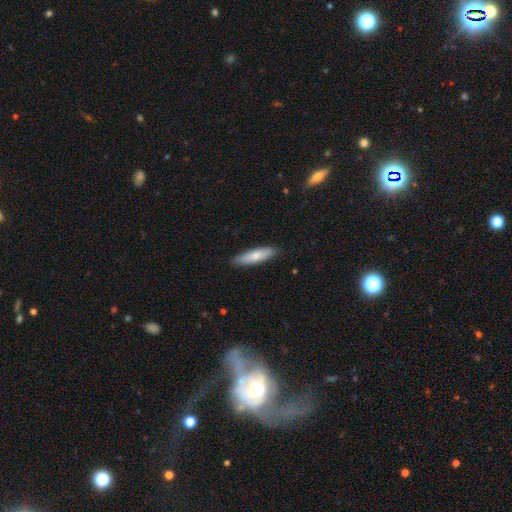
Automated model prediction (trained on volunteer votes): A smooth galaxy with no disk features (74%) that is cigar-shaped (67%).

Vote fractions:
- Smooth or featured? smooth: 74% / featured or disk: 21% / star or artifact: 5%
- How rounded? cigar-shaped: 67% / in between: 31% / round: 2%
- Merging? none: 88% / minor disturbance: 9% / major disturbance: 2% / merger: 1%